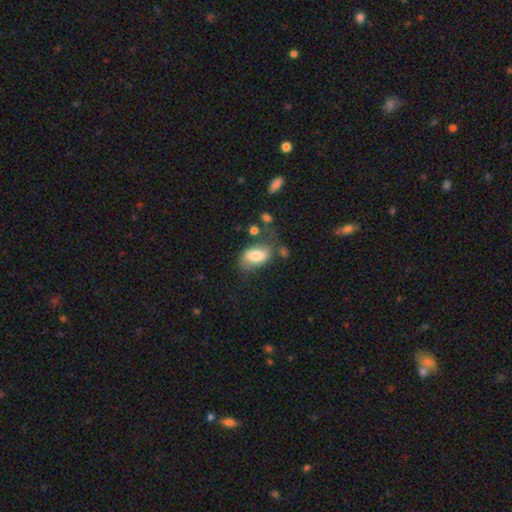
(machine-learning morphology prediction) Smooth or featured? Predicted: smooth (p=0.71). How rounded? Predicted: in between (p=0.89). Merging? Predicted: none (p=0.53).